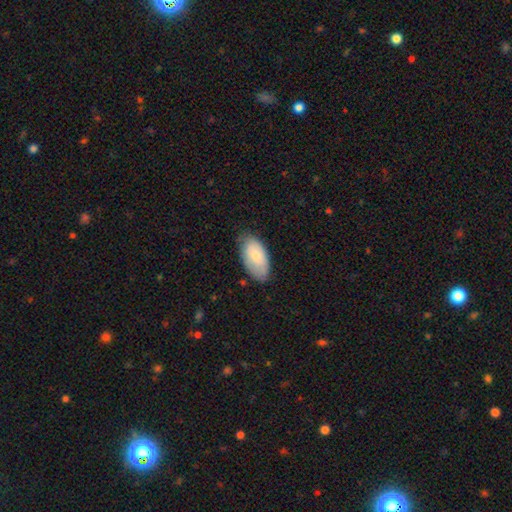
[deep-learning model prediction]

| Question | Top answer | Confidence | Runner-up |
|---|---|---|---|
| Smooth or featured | smooth | 73% | featured or disk (21%) |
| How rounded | in between | 95% | round (3%) |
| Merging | none | 71% | minor disturbance (24%) |